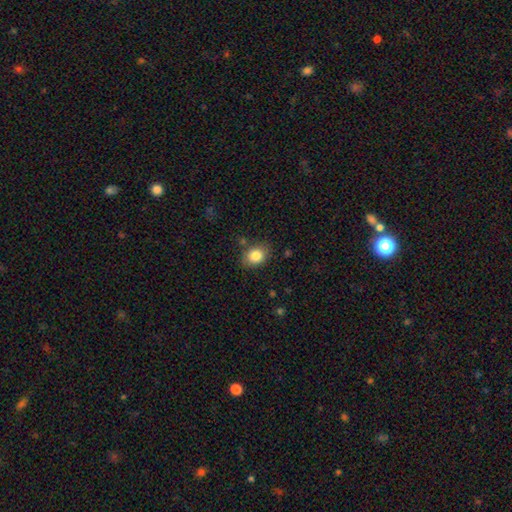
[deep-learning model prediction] smooth-or-featured: smooth: 85% | star or artifact: 9% | featured or disk: 7%
  how-rounded: in between: 62% | round: 37% | cigar-shaped: 1%
  merging: none: 80% | minor disturbance: 13% | major disturbance: 4% | merger: 3%